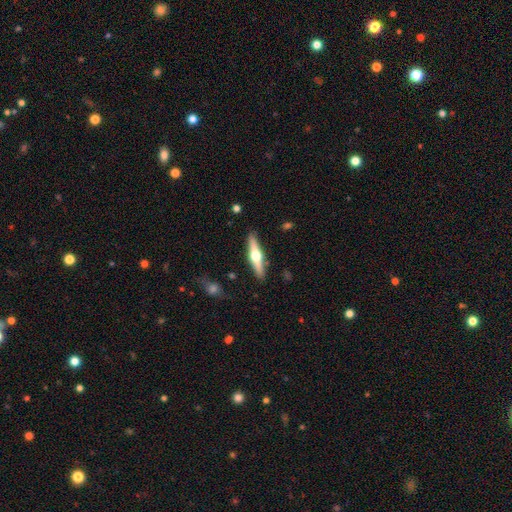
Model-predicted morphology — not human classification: Smooth or featured? Predicted: featured or disk (p=0.64). Edge-on disk? Predicted: yes (p=0.96). Edge-on bulge? Predicted: rounded (p=0.96). Merging? Predicted: none (p=0.89).